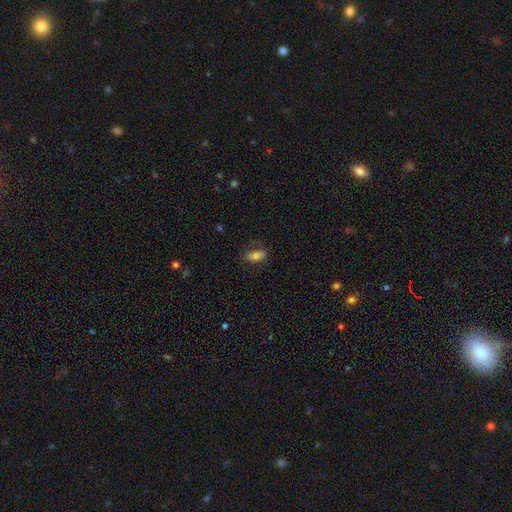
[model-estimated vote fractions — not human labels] The model was most divided on "merging": none: 71%, minor disturbance: 21%, major disturbance: 7%, merger: 2%. More confident: how rounded — in between (87%); smooth or featured — smooth (76%).